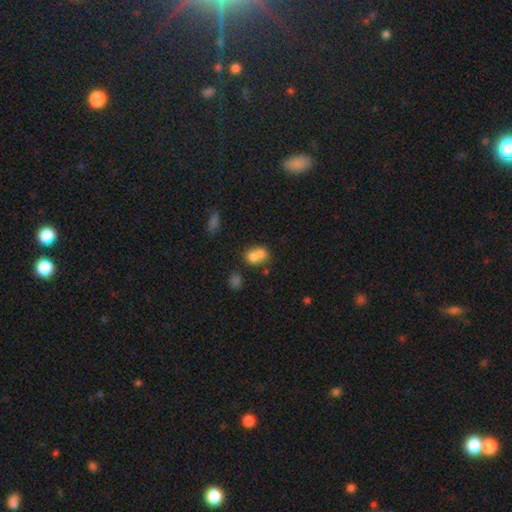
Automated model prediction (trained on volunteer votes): Morphology: type=smooth (70%); roundness=round (58%); merging=merger (65%).